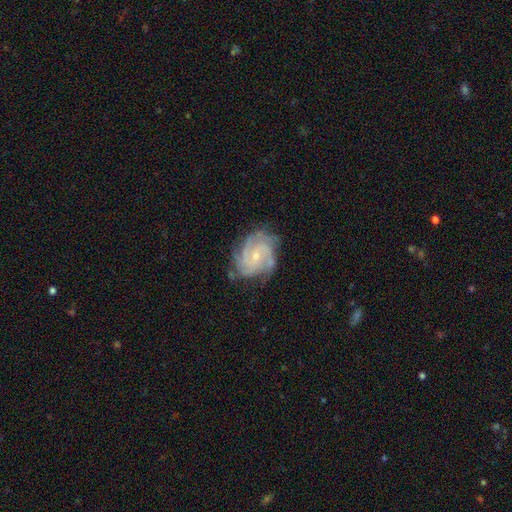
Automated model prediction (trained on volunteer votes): Smooth or featured? Predicted: featured or disk (p=0.89). Edge-on disk? Predicted: no (p=0.98). Bar? Predicted: no (p=0.57). Spiral arms? Predicted: yes (p=0.98). Spiral winding? Predicted: tight (p=0.62). Spiral arm count? Predicted: 3 (p=0.37). Bulge size? Predicted: small (p=0.71). Merging? Predicted: none (p=0.74).